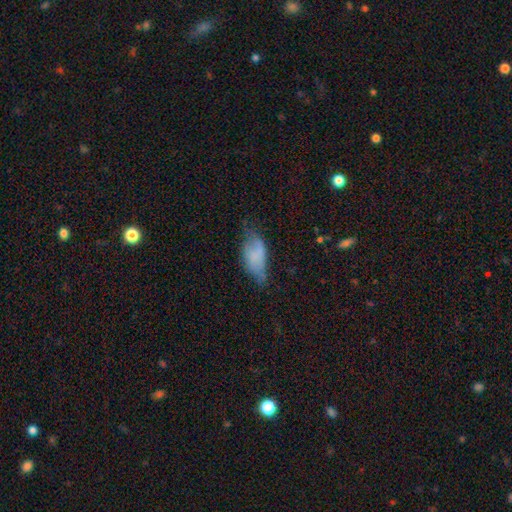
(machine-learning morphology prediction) smooth 64%, featured or disk 27%, star or artifact 9%. Down the decision tree: how rounded — in between (89%); merging — none (40%).